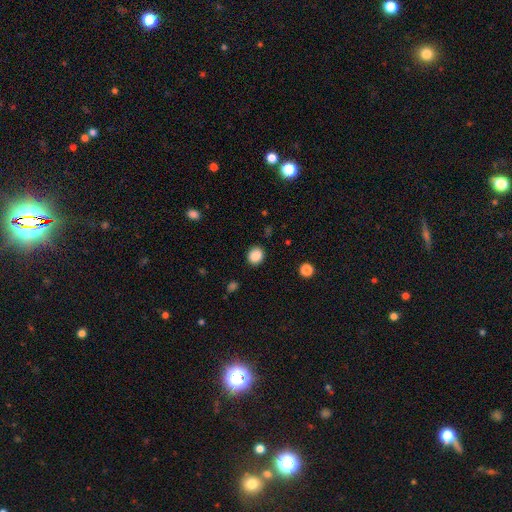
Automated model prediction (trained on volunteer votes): Q: Smooth or featured?
A: smooth (88%); runner-up: star or artifact (10%)
Q: How rounded?
A: round (71%); runner-up: in between (29%)
Q: Merging?
A: none (88%); runner-up: minor disturbance (8%)